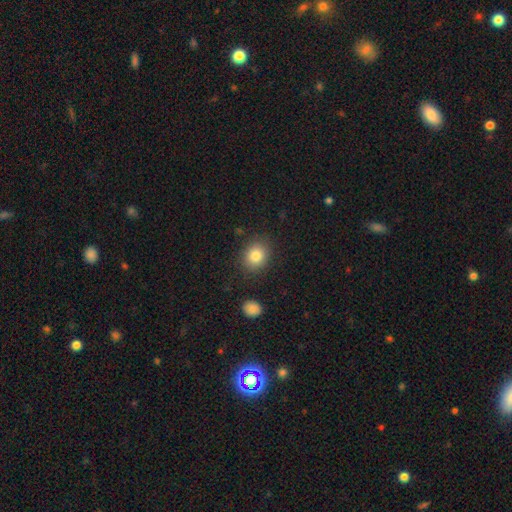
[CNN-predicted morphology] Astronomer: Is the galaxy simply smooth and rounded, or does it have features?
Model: smooth — 83%.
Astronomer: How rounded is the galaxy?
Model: round — 60% (runner-up: in between, 39%).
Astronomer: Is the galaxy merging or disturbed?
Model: none — 85%.